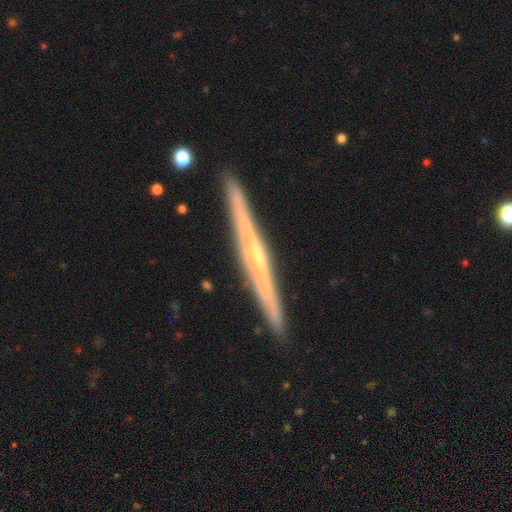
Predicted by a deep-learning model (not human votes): A featured or disk galaxy (77%) viewed edge-on (97%) with no central bulge (47%). Merging: none (91%).